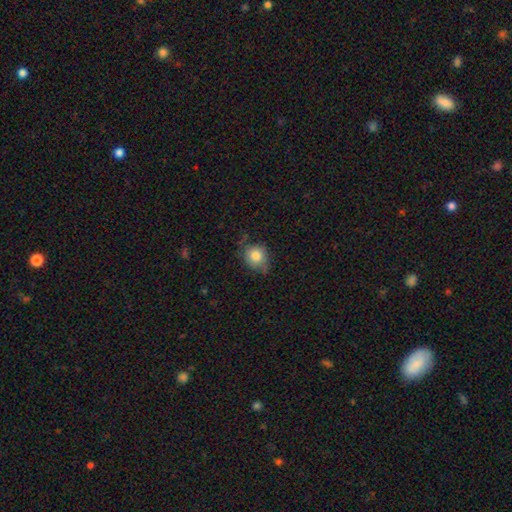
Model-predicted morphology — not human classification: Overall: smooth (80%). How rounded: round (76%). Merging: none (61%; minor disturbance 30%).